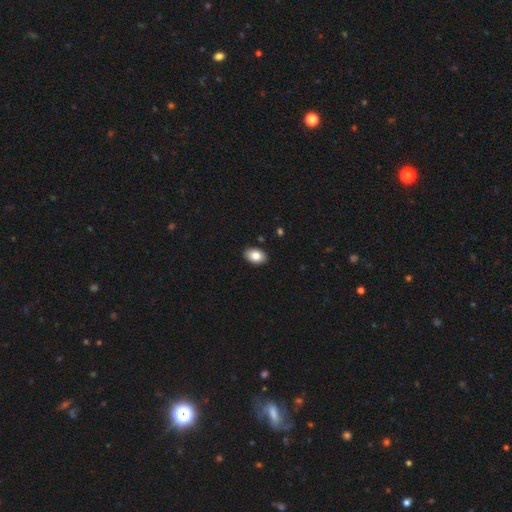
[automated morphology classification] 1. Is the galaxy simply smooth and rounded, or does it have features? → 84% smooth, 9% featured or disk, 7% star or artifact.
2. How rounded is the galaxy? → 87% in between, 12% round, 1% cigar-shaped.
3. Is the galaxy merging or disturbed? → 90% none, 7% minor disturbance, 2% major disturbance, 1% merger.